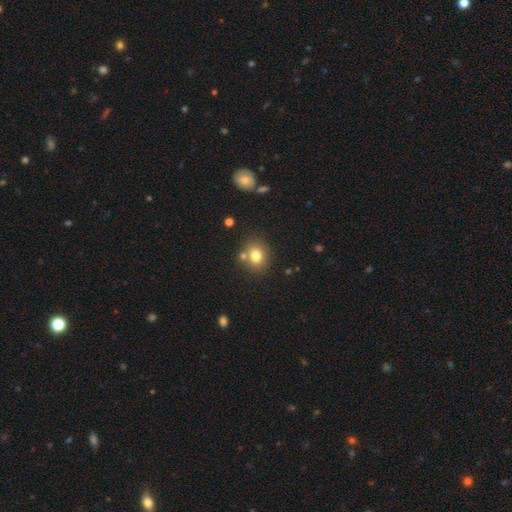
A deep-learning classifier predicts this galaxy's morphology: The model was most divided on "how rounded": round: 65%, in between: 34%, cigar-shaped: 1%. More confident: smooth or featured — smooth (78%); merging — none (71%).